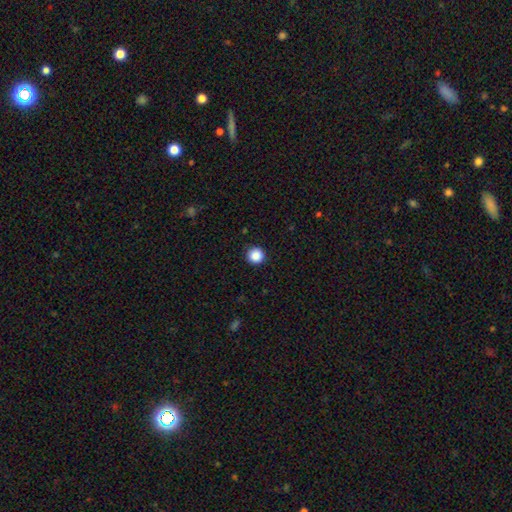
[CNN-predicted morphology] This is clearly a smooth galaxy (88%). How rounded: clearly round (96%). Merging: clearly none (92%).